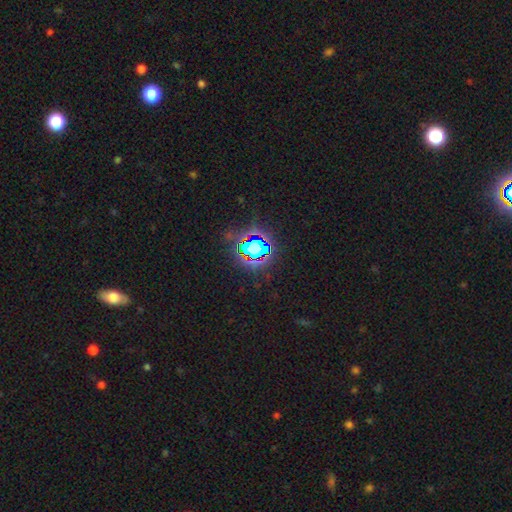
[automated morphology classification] smooth_or_featured: star or artifact (p=0.77) [alt: smooth p=0.14]